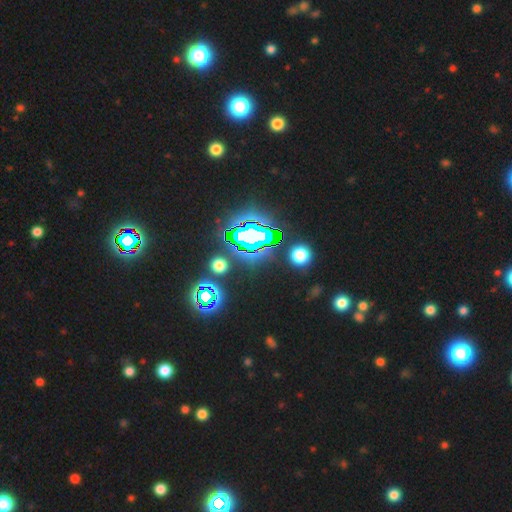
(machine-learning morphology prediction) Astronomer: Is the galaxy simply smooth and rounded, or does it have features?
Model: star or artifact — 72%.